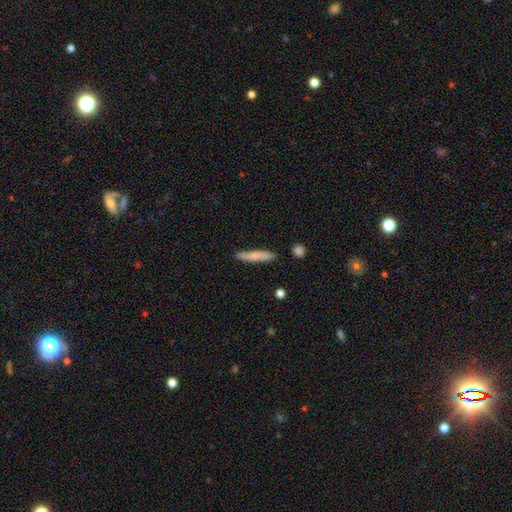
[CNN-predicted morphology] Smooth or featured?
  - smooth: 77% *
  - featured or disk: 17%
  - star or artifact: 6%
How rounded?
  - cigar-shaped: 92% *
  - in between: 7%
  - round: 1%
Merging?
  - none: 83% *
  - minor disturbance: 12%
  - merger: 2%
  - major disturbance: 2%